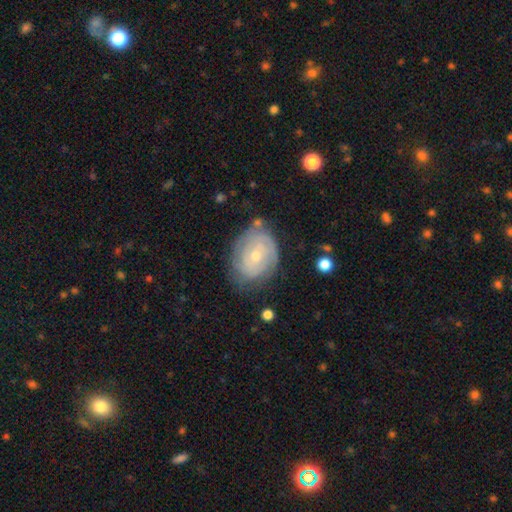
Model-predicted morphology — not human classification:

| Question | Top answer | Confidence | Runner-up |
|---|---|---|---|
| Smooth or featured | featured or disk | 75% | smooth (19%) |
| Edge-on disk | no | 97% | yes (3%) |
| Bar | no | 70% | weak (25%) |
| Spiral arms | yes | 88% | no (12%) |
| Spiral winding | tight | 75% | medium (19%) |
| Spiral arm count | can't tell | 45% | 2 (27%) |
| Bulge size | small | 60% | moderate (37%) |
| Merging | none | 68% | minor disturbance (22%) |